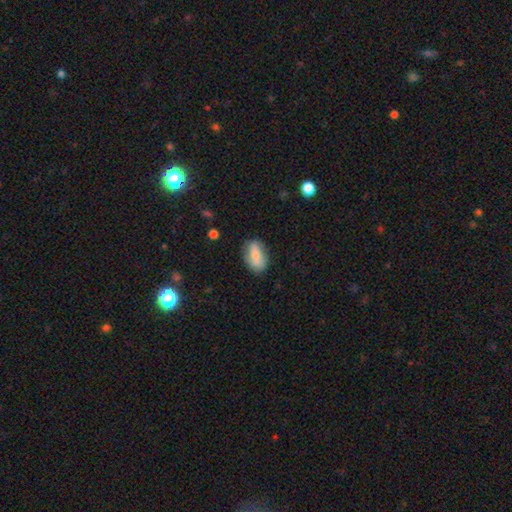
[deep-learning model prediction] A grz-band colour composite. It shows a smooth galaxy with no disk features (76%) that is in between round and cigar-shaped (89%). Merging: none (74%).